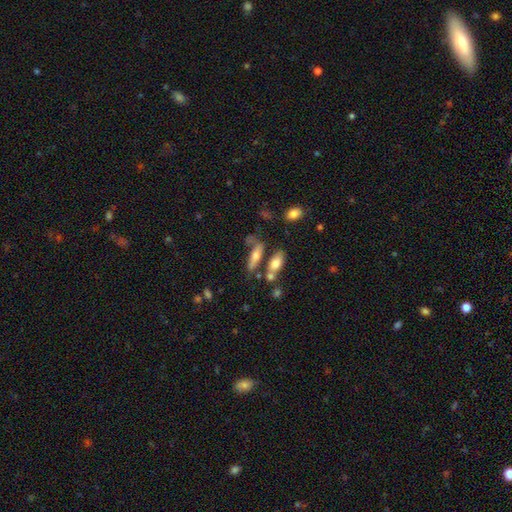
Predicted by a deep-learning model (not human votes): Smooth or featured? smooth (58%)
How rounded? in between (49%)
Merging? none (53%)